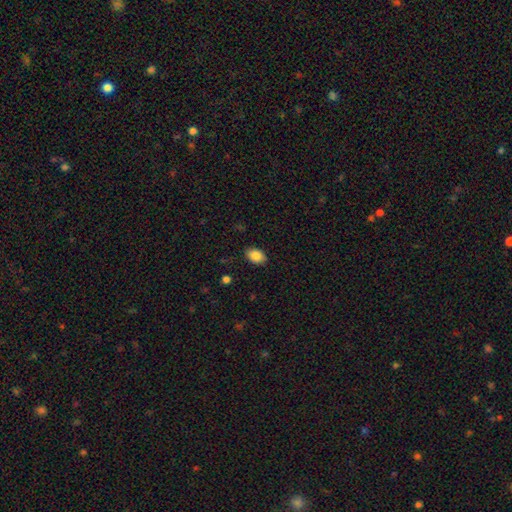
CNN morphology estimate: smooth 87%, star or artifact 8%, featured or disk 6%. Down the decision tree: how rounded — in between (85%); merging — none (87%).